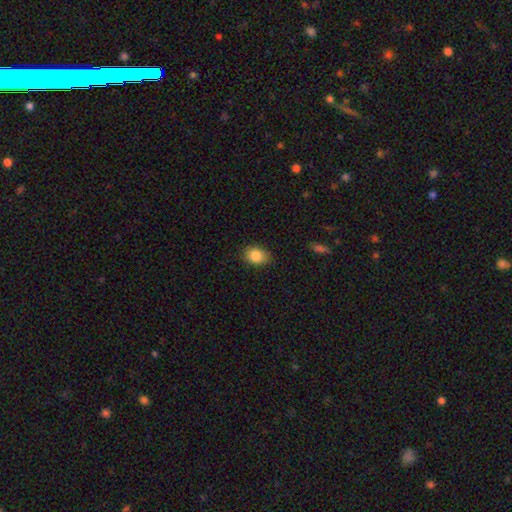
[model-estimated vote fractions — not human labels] smooth-or-featured: smooth: 85% | star or artifact: 9% | featured or disk: 6%
  how-rounded: in between: 61% | round: 38% | cigar-shaped: 1%
  merging: none: 80% | minor disturbance: 16% | major disturbance: 3% | merger: 1%